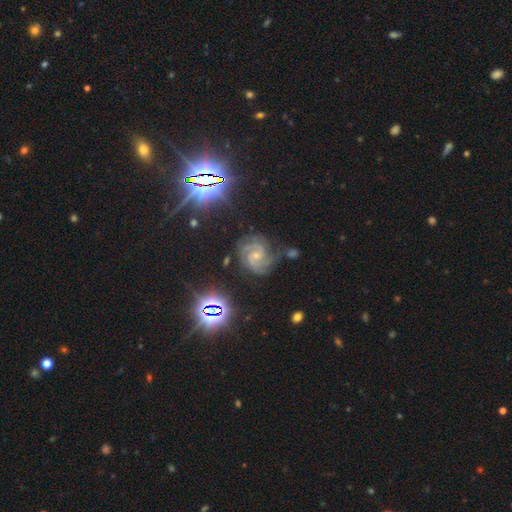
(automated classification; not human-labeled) Smooth or featured: featured or disk — 83% (star or artifact — 11%)
Edge-on disk: no — 98% (yes — 2%)
Bar: no — 58% (weak — 33%)
Spiral arms: yes — 98% (no — 2%)
Spiral winding: tight — 52% (medium — 41%)
Spiral arm count: 2 — 38% (3 — 33%)
Bulge size: small — 69% (moderate — 26%)
Merging: none — 65% (minor disturbance — 21%)